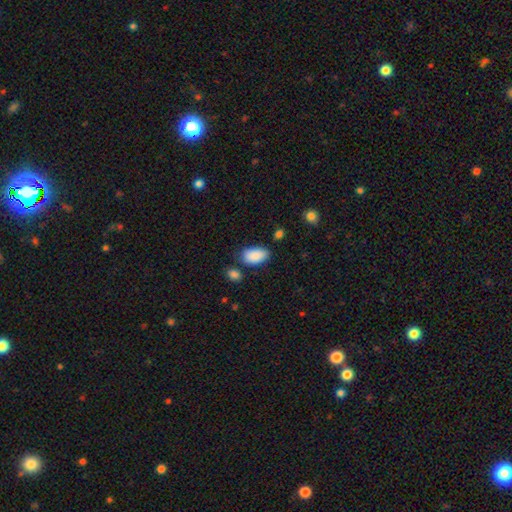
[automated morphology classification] This is clearly a smooth galaxy (89%). How rounded: clearly in between (94%). Merging: likely none (70%).